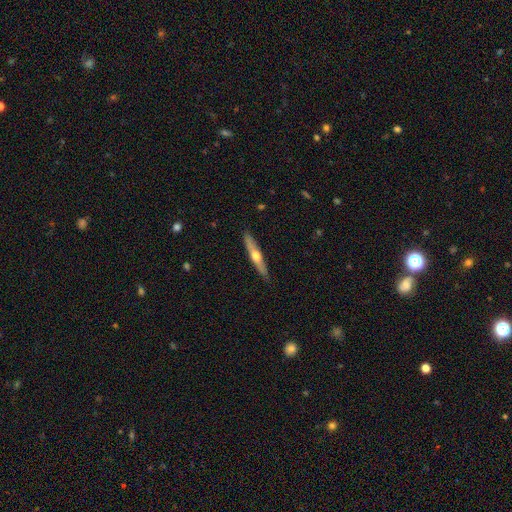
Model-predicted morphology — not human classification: Overall: featured or disk (55%; smooth 40%). Edge-on disk: yes (92%). Edge-on bulge: rounded (90%). Merging: none (88%).